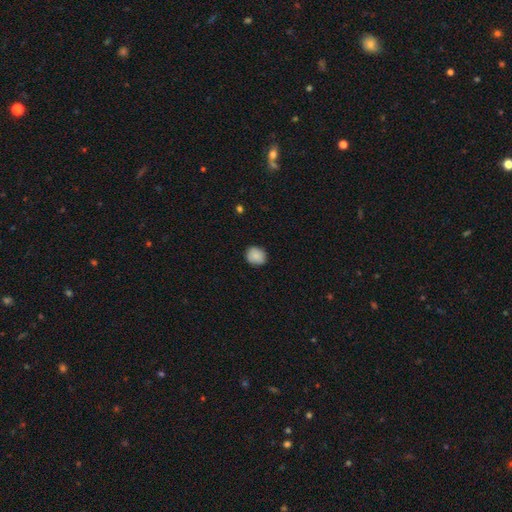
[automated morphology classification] type=smooth (87%); roundness=round (70%); merging=none (84%).